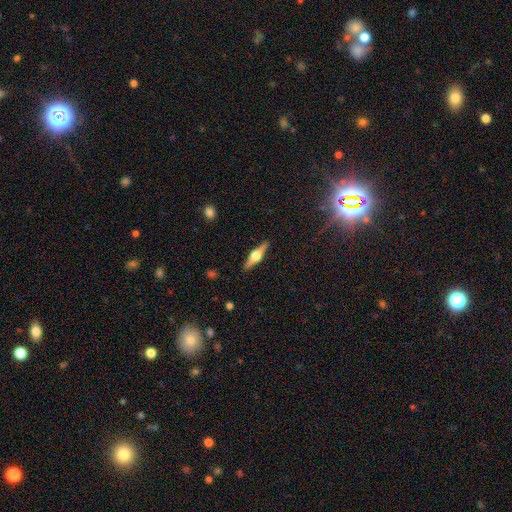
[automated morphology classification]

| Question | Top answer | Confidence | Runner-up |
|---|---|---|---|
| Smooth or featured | featured or disk | 72% | smooth (22%) |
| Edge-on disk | yes | 97% | no (3%) |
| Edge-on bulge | rounded | 94% | boxy (4%) |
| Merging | none | 90% | minor disturbance (7%) |